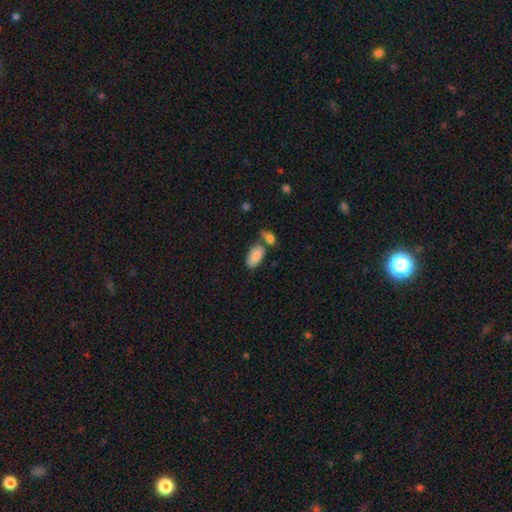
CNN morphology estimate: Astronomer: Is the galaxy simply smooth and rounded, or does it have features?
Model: smooth — 86%.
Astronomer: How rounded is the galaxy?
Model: in between — 94%.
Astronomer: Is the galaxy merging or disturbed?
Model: none — 52% (runner-up: merger, 28%).